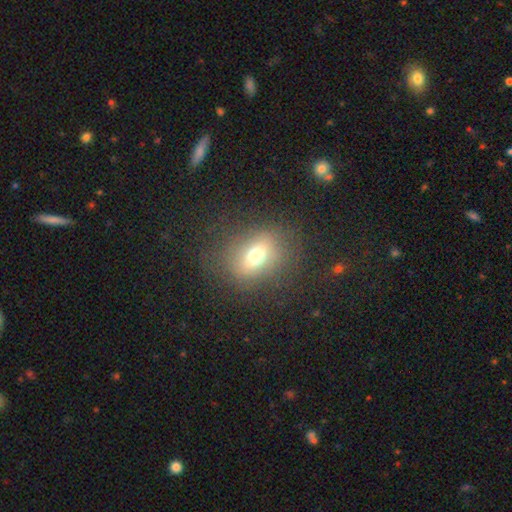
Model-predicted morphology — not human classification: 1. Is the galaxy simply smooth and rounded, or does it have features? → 62% smooth, 22% featured or disk, 16% star or artifact.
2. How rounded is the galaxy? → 52% in between, 45% round, 3% cigar-shaped.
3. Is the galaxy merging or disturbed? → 78% none, 12% minor disturbance, 9% major disturbance, 1% merger.